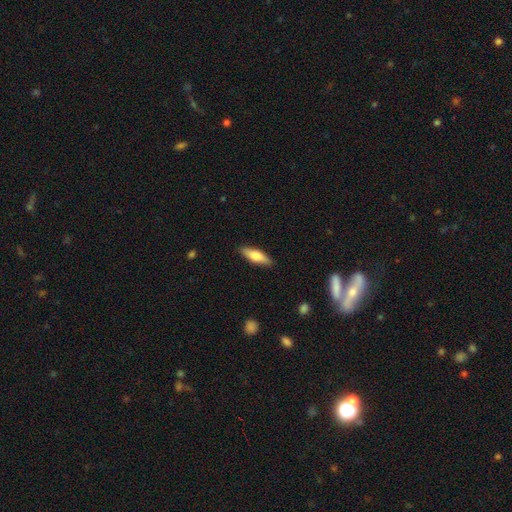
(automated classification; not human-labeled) Smooth or featured? Predicted: smooth (p=0.68). How rounded? Predicted: cigar-shaped (p=0.50). Merging? Predicted: none (p=0.88).